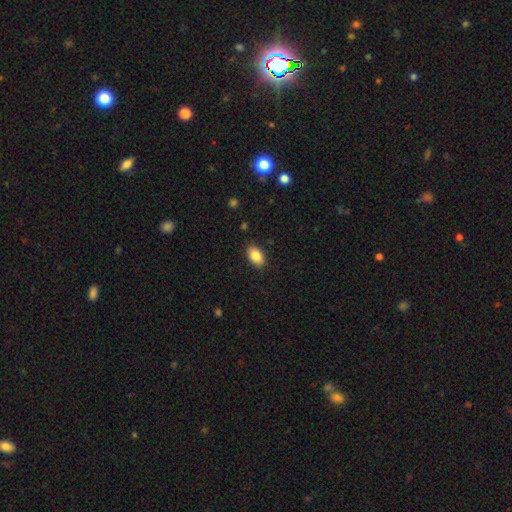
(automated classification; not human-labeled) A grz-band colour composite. It shows a smooth galaxy with no disk features (86%) that is in between round and cigar-shaped (90%). Merging: none (88%).